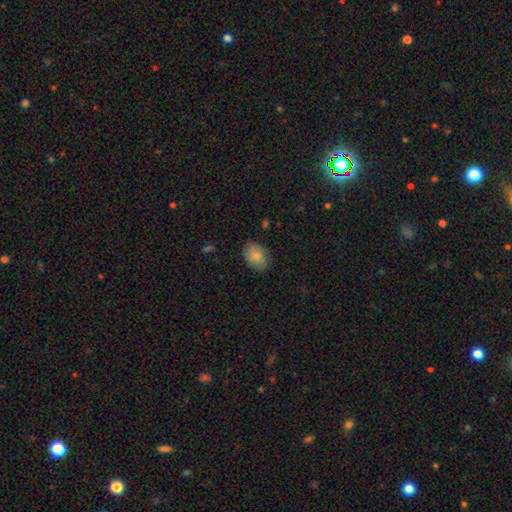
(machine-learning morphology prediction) Smooth or featured?
  - smooth: 79% *
  - featured or disk: 14%
  - star or artifact: 7%
How rounded?
  - in between: 76% *
  - round: 23%
  - cigar-shaped: 1%
Merging?
  - none: 79% *
  - minor disturbance: 16%
  - major disturbance: 4%
  - merger: 1%